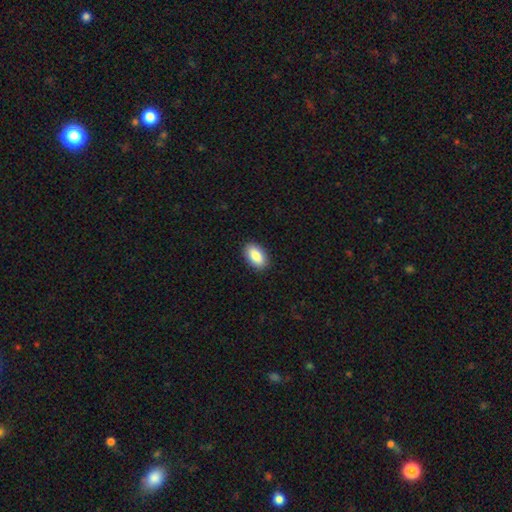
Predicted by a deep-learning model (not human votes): This appears to be a smooth galaxy with no disk features (86%) that is in between round and cigar-shaped (93%). Merging: none (90%).